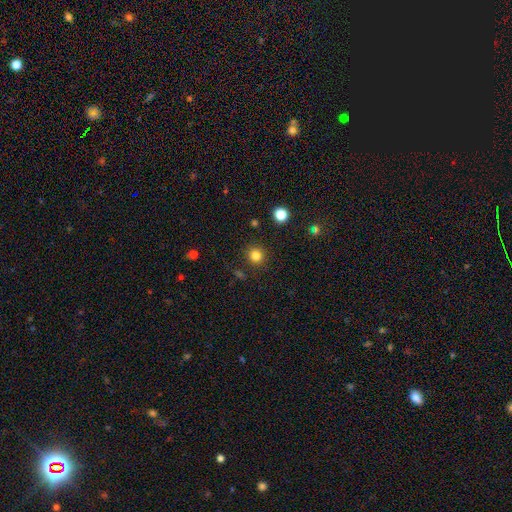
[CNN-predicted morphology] The model was most divided on "smooth or featured": smooth: 81%, star or artifact: 14%, featured or disk: 5%. More confident: how rounded — round (92%); merging — none (89%).